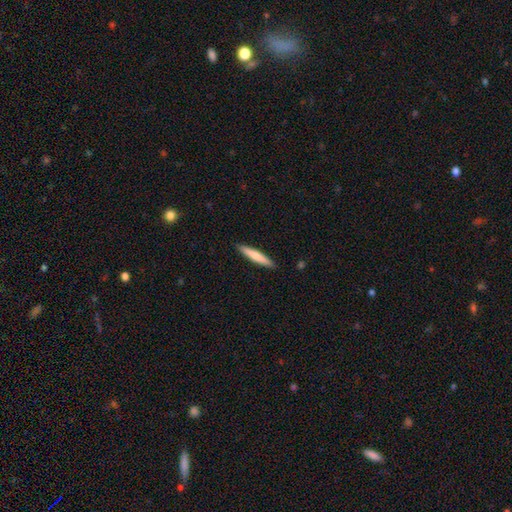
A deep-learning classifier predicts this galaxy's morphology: The model was most divided on "smooth or featured": smooth: 66%, featured or disk: 29%, star or artifact: 5%. More confident: how rounded — cigar-shaped (92%); merging — none (91%).